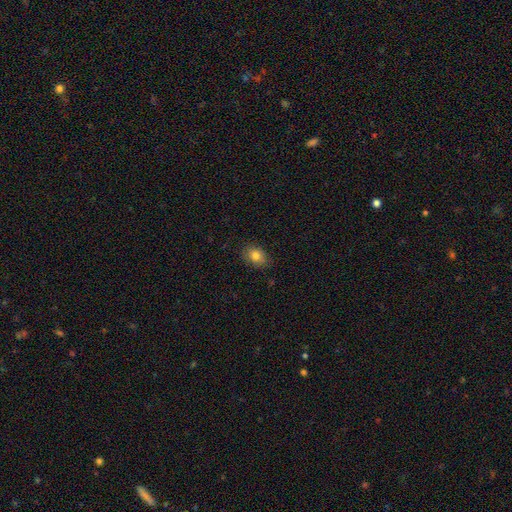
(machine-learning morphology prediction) smooth_or_featured: smooth (p=0.81) [alt: star or artifact p=0.10]
how_rounded: in between (p=0.63) [alt: round p=0.36]
merging: none (p=0.84) [alt: minor disturbance p=0.13]